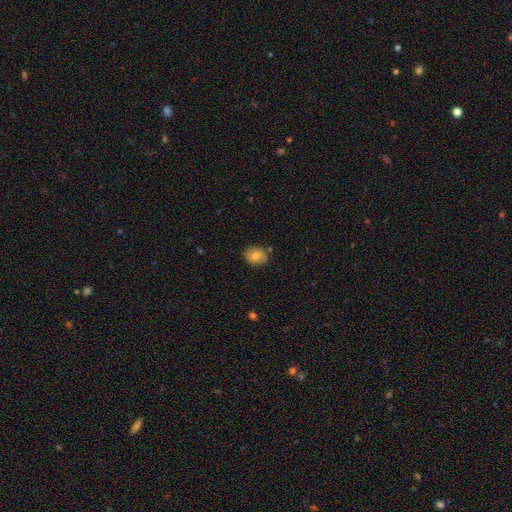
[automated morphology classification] Smooth or featured?
  - smooth: 71% *
  - featured or disk: 21%
  - star or artifact: 8%
How rounded?
  - in between: 50% *
  - round: 49%
  - cigar-shaped: 1%
Merging?
  - none: 82% *
  - minor disturbance: 13%
  - major disturbance: 2%
  - merger: 2%